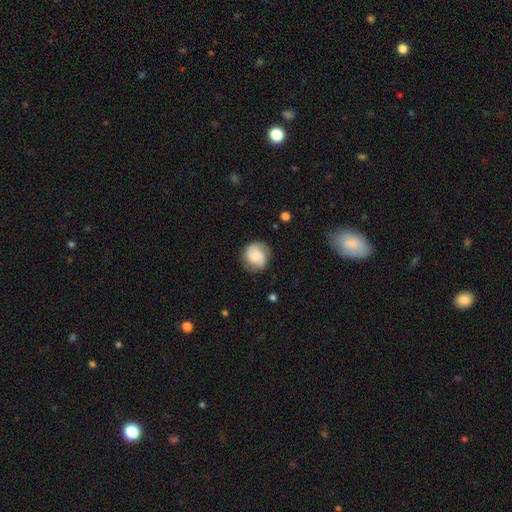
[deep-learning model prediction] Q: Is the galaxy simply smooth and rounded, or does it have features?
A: smooth — 60%.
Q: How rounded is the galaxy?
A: round — 81%.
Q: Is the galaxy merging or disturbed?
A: none — 71%.